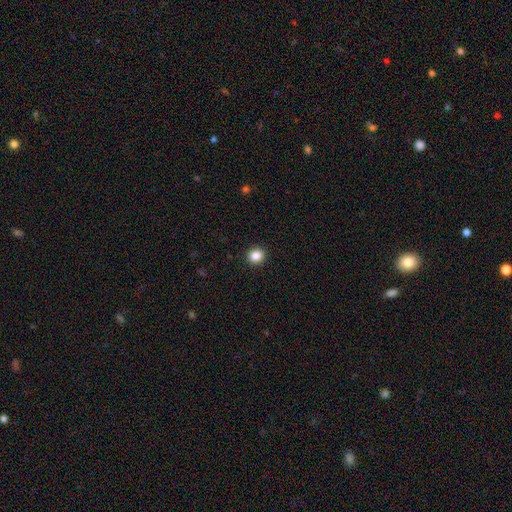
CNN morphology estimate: The model was most divided on "how rounded": round: 76%, in between: 23%, cigar-shaped: 1%. More confident: merging — none (92%); smooth or featured — smooth (86%).